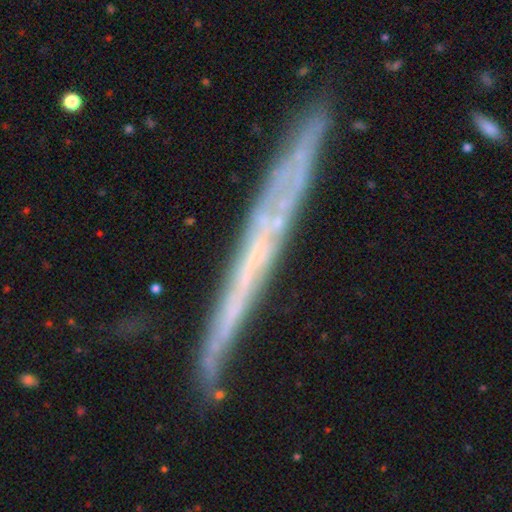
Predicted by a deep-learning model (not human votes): smooth-or-featured: featured or disk: 69% | smooth: 22% | star or artifact: 9%
  disk-edge-on: yes: 90% | no: 10%
    edge-on-bulge: none: 85% | rounded: 11% | boxy: 4%
  merging: none: 81% | minor disturbance: 14% | major disturbance: 3% | merger: 2%